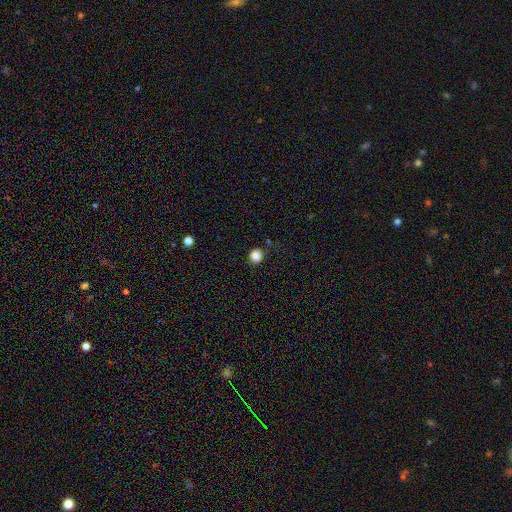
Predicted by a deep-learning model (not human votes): smooth-or-featured: smooth: 85% | star or artifact: 12% | featured or disk: 3%
  how-rounded: round: 86% | in between: 13% | cigar-shaped: 1%
  merging: none: 82% | minor disturbance: 11% | major disturbance: 4% | merger: 3%